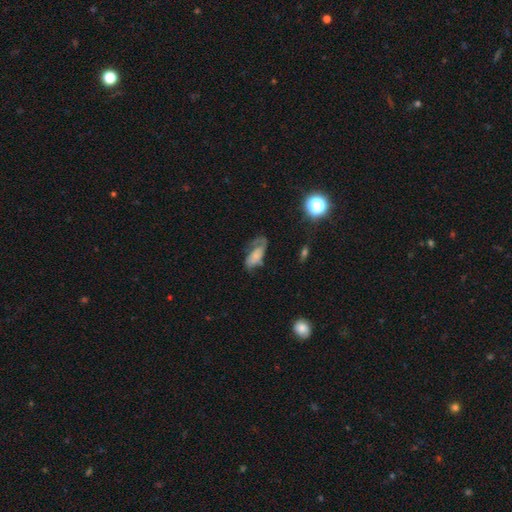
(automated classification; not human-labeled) A smooth galaxy with no disk features (47%).

Vote fractions:
- Smooth or featured? smooth: 47% / featured or disk: 43% / star or artifact: 10%
- Merging? major disturbance: 36% / none: 33% / minor disturbance: 27% / merger: 4%